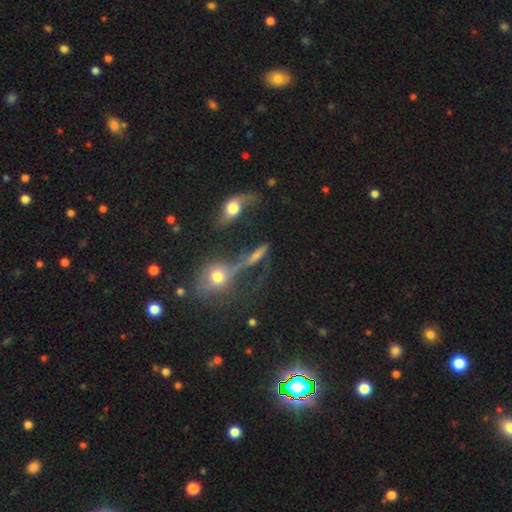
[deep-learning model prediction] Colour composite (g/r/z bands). It shows a smooth galaxy with no disk features (41%). Merging: none (40%).